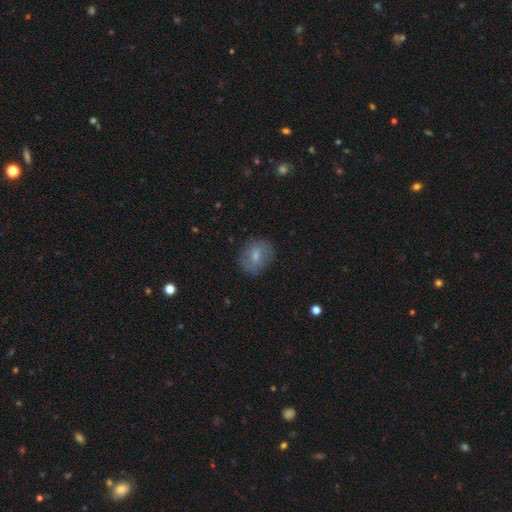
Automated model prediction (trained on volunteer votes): The model was most divided on "how rounded" (2-way tie): in between: 49%, round: 49%, cigar-shaped: 2%. More confident: merging — none (76%); smooth or featured — smooth (66%).